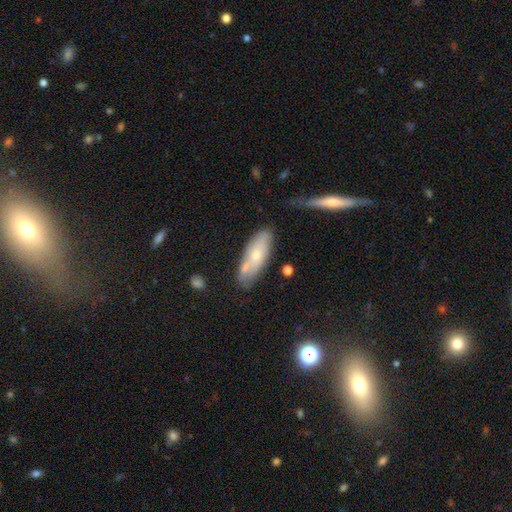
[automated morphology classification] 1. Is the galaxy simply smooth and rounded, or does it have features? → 54% smooth, 39% featured or disk, 7% star or artifact.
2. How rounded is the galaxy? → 63% in between, 35% cigar-shaped, 2% round.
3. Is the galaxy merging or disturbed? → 65% none, 20% minor disturbance, 10% merger, 5% major disturbance.